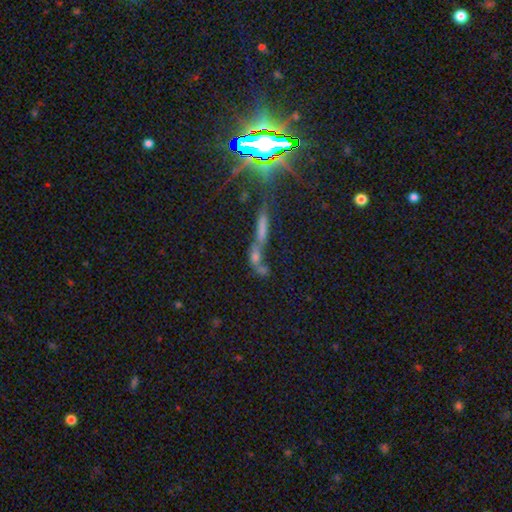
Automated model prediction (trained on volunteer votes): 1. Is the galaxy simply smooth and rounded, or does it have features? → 40% star or artifact, 32% smooth, 28% featured or disk.